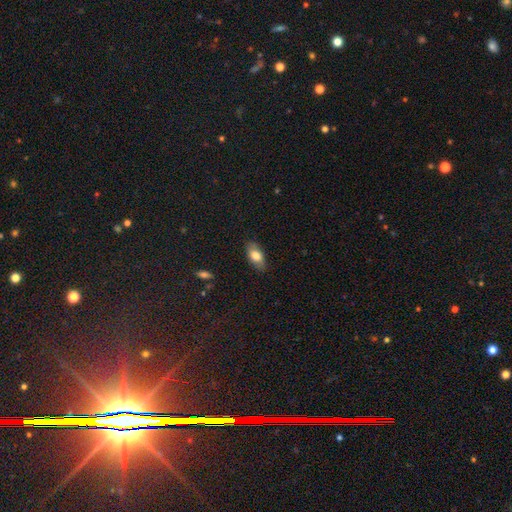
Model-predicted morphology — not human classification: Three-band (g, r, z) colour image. It shows a smooth galaxy with no disk features (77%) that is in between round and cigar-shaped (89%). Merging: none (83%).